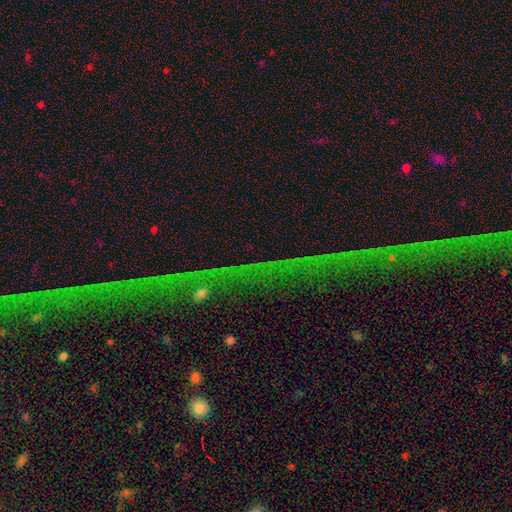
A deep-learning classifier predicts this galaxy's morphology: star or artifact 73%, featured or disk 14%, smooth 13%.